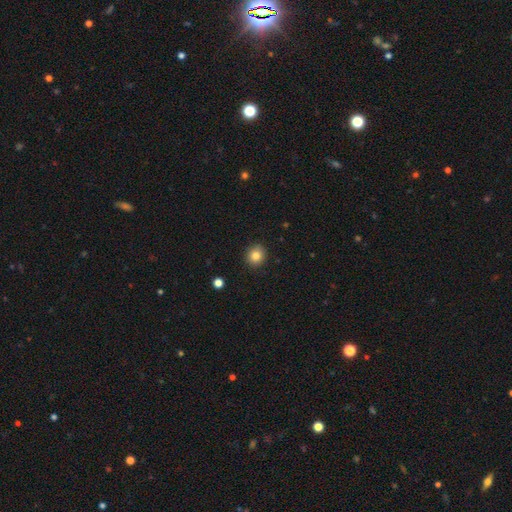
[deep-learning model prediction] Smooth or featured: smooth — 83% (star or artifact — 11%)
How rounded: round — 84% (in between — 15%)
Merging: none — 91% (minor disturbance — 6%)